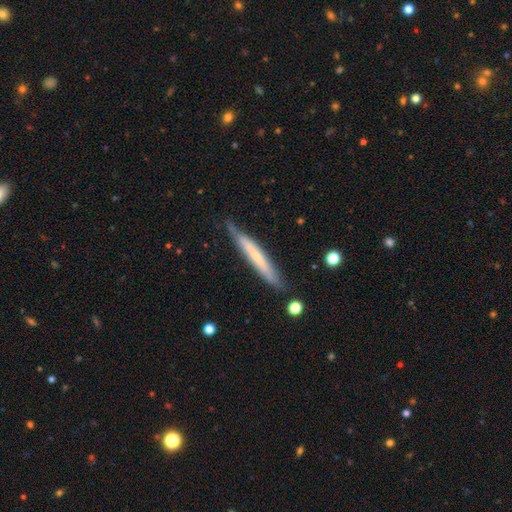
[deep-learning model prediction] smooth-or-featured: featured or disk: 48% | smooth: 47% | star or artifact: 6%
  merging: none: 78% | minor disturbance: 18% | major disturbance: 3% | merger: 2%